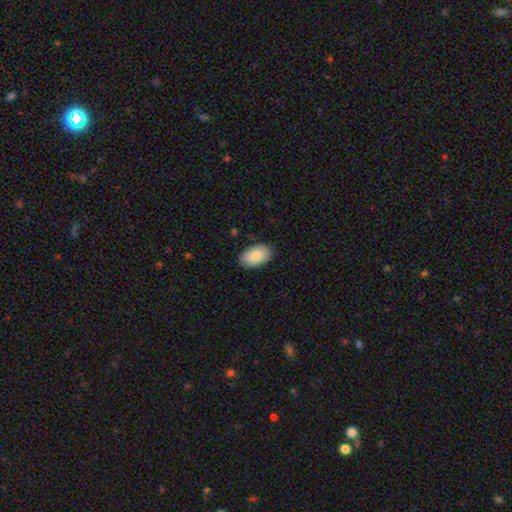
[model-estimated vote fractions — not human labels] smooth_or_featured: smooth (p=0.85) [alt: featured or disk p=0.09]
how_rounded: in between (p=0.94) [alt: round p=0.05]
merging: none (p=0.87) [alt: minor disturbance p=0.10]